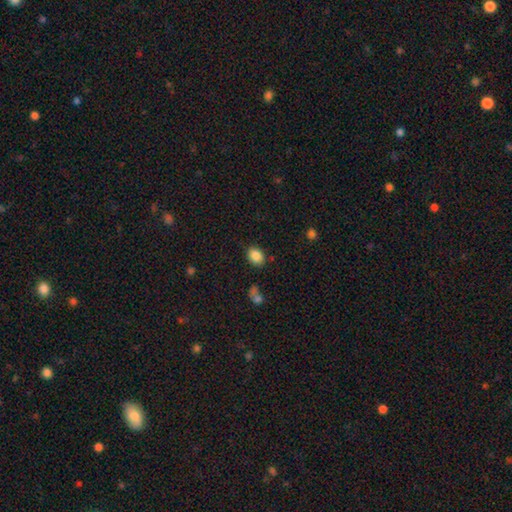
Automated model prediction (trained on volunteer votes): Q: Smooth or featured?
A: smooth (85%); runner-up: star or artifact (9%)
Q: How rounded?
A: in between (60%); runner-up: round (39%)
Q: Merging?
A: none (82%); runner-up: minor disturbance (11%)